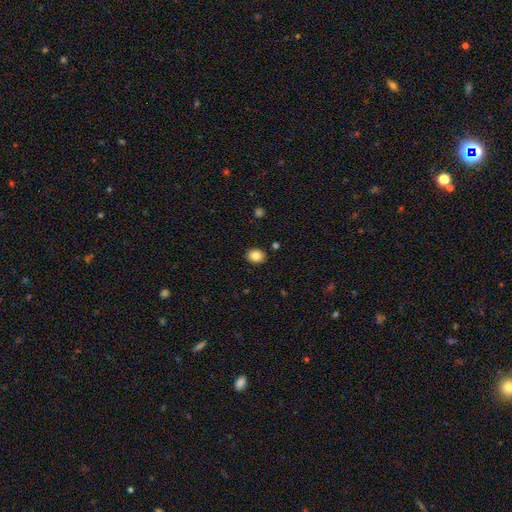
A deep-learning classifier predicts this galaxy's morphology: Smooth or featured? smooth (84%)
How rounded? round (53%)
Merging? none (89%)